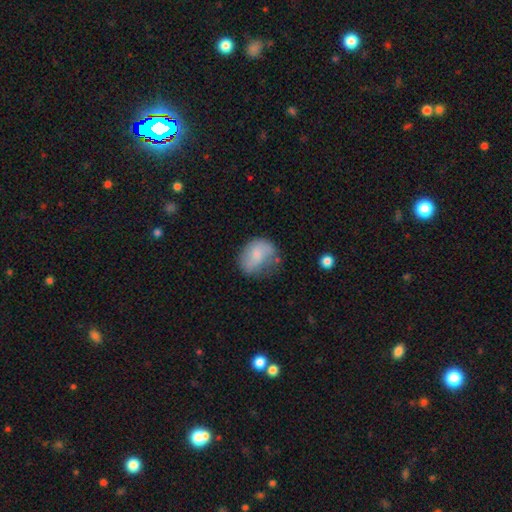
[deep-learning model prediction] Smooth or featured? Predicted: smooth (p=0.68). How rounded? Predicted: in between (p=0.60). Merging? Predicted: none (p=0.43).